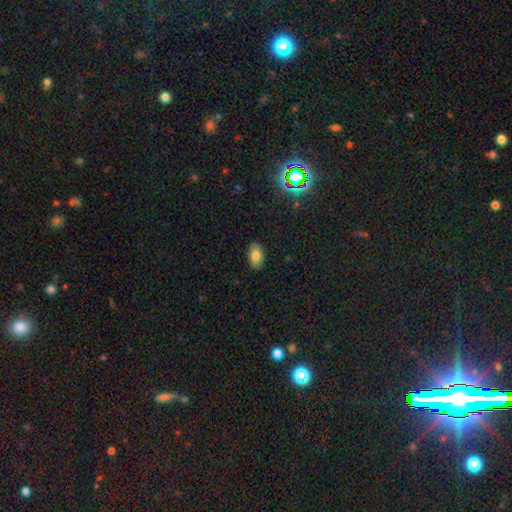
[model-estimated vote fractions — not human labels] Morphology: type=smooth (81%); roundness=in between (93%); merging=none (87%).